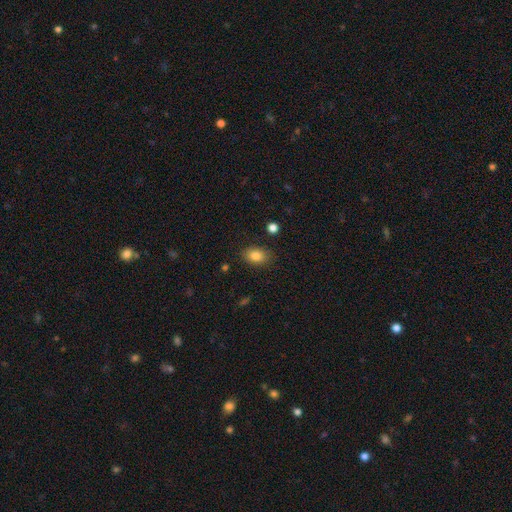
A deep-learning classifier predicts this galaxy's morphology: Smooth or featured: smooth — 85% (star or artifact — 9%)
How rounded: in between — 82% (round — 16%)
Merging: none — 85% (minor disturbance — 11%)